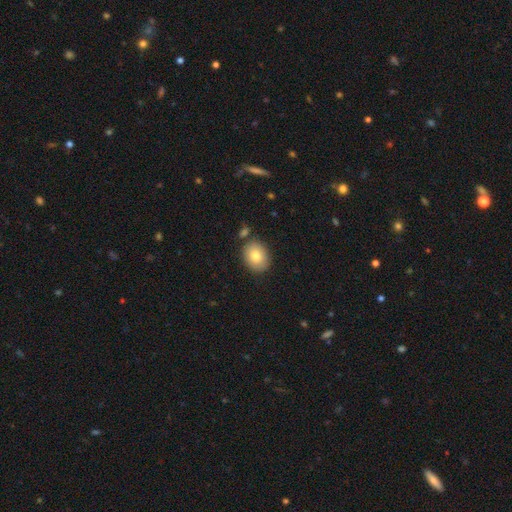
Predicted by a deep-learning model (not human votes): The model was most divided on "how rounded": in between: 56%, round: 43%, cigar-shaped: 1%. More confident: merging — none (81%); smooth or featured — smooth (81%).